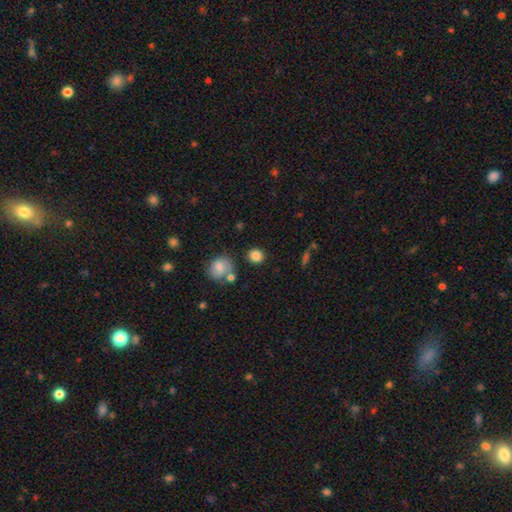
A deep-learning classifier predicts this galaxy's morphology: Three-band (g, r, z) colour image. It shows a smooth galaxy with no disk features (84%) that is round (81%). Merging: none (81%).